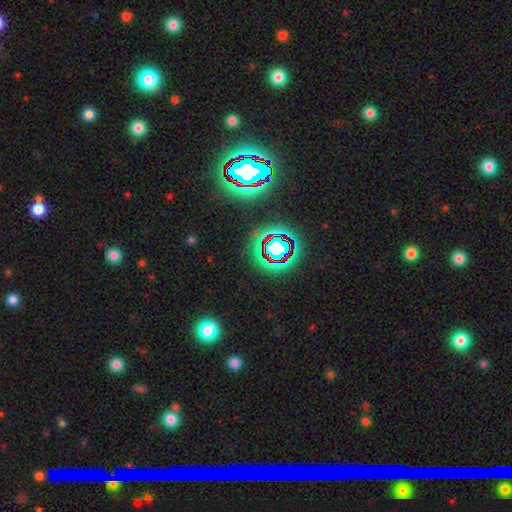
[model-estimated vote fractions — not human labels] A star or artifact, not a galaxy (69%).